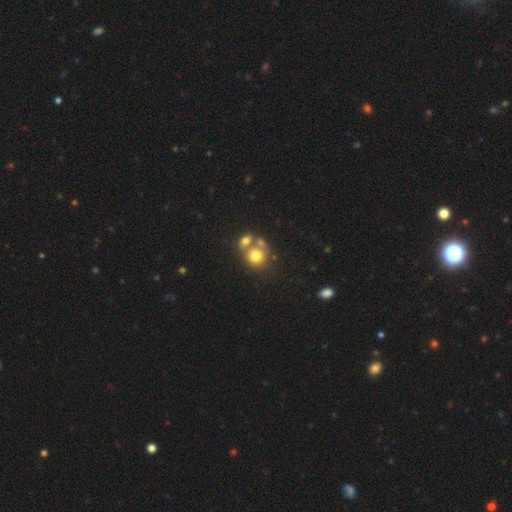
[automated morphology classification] This is likely a smooth galaxy (73%). How rounded: clearly round (81%). Merging: possibly merger (47%).